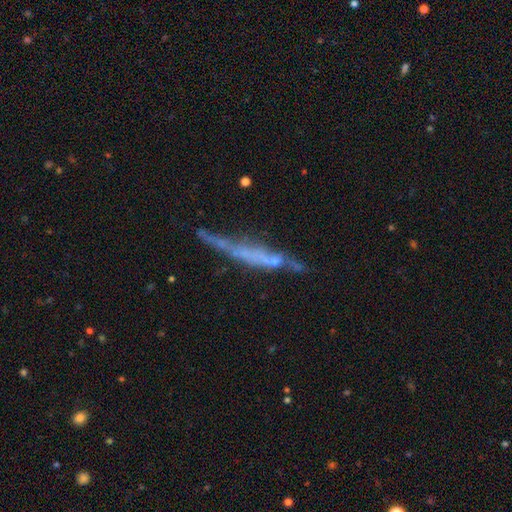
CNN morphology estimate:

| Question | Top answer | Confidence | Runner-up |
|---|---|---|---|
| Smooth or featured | featured or disk | 58% | smooth (29%) |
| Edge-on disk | yes | 79% | no (21%) |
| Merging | none | 48% | minor disturbance (25%) |